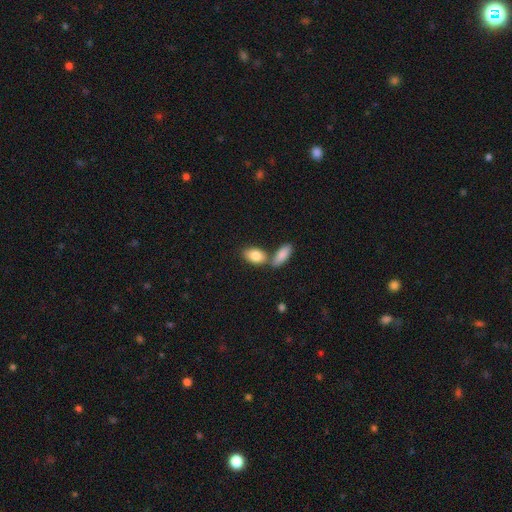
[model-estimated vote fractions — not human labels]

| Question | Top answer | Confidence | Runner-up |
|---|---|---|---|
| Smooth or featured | smooth | 83% | featured or disk (11%) |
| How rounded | in between | 90% | round (6%) |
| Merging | none | 49% | merger (38%) |